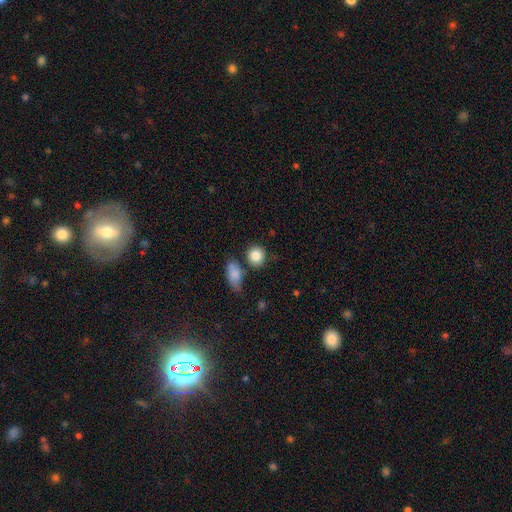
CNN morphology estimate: This is clearly a smooth galaxy (85%). How rounded: clearly round (81%). Merging: likely none (76%).